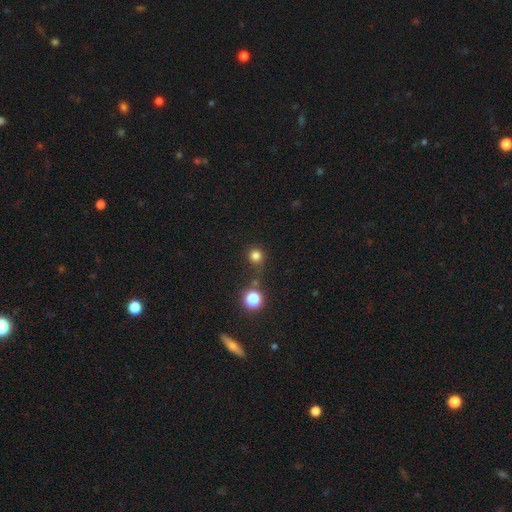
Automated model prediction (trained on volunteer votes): Smooth or featured? smooth (79%)
How rounded? round (93%)
Merging? none (74%)